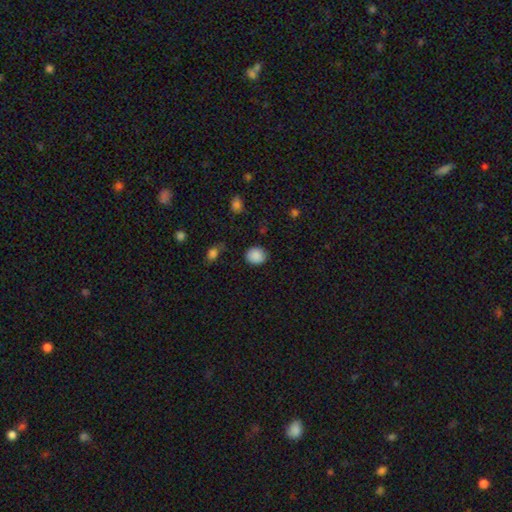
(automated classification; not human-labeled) The model was most divided on "how rounded": round: 73%, in between: 26%, cigar-shaped: 1%. More confident: smooth or featured — smooth (88%); merging — none (85%).